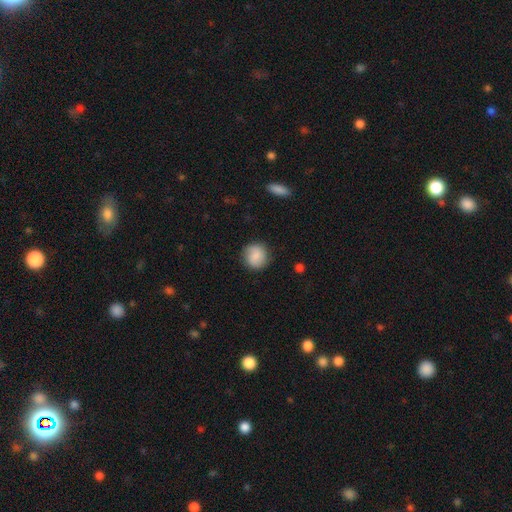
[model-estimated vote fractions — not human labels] smooth_or_featured: smooth (p=0.83) [alt: featured or disk p=0.10]
how_rounded: round (p=0.89) [alt: in between p=0.10]
merging: none (p=0.85) [alt: minor disturbance p=0.11]